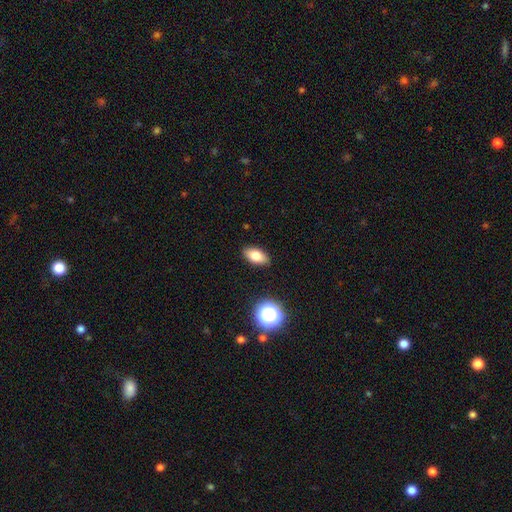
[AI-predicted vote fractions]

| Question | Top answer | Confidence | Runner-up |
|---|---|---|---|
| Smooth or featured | smooth | 76% | featured or disk (15%) |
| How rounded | in between | 88% | cigar-shaped (6%) |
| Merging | none | 88% | minor disturbance (9%) |